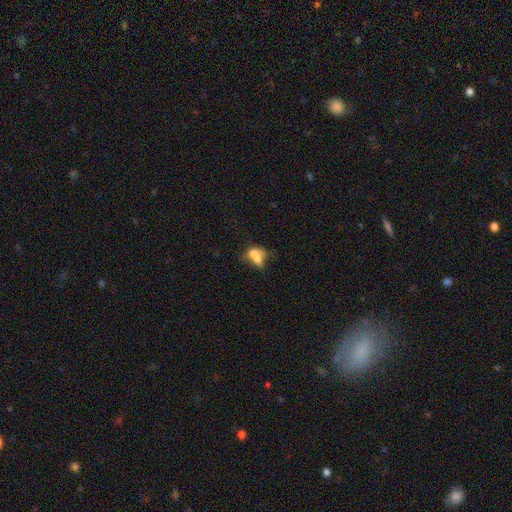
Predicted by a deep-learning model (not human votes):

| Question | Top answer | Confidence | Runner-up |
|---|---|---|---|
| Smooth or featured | smooth | 60% | featured or disk (28%) |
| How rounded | in between | 72% | round (21%) |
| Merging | merger | 48% | none (23%) |